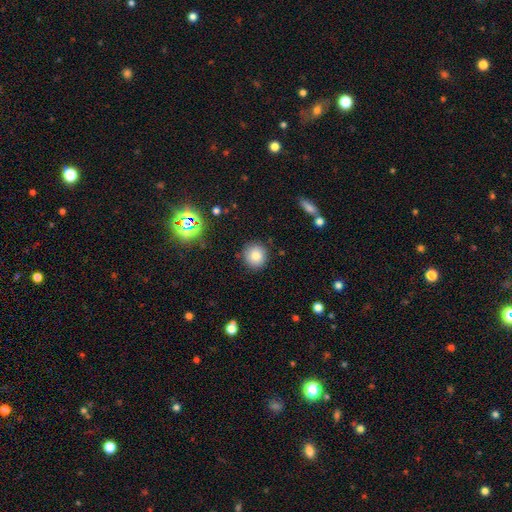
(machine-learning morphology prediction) A smooth galaxy with no disk features (82%) that is round (88%). Merging: none (87%).